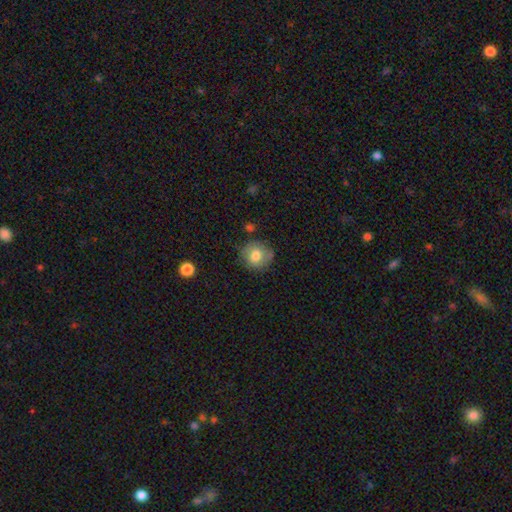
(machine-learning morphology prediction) type=smooth (76%); roundness=round (85%); merging=none (73%).